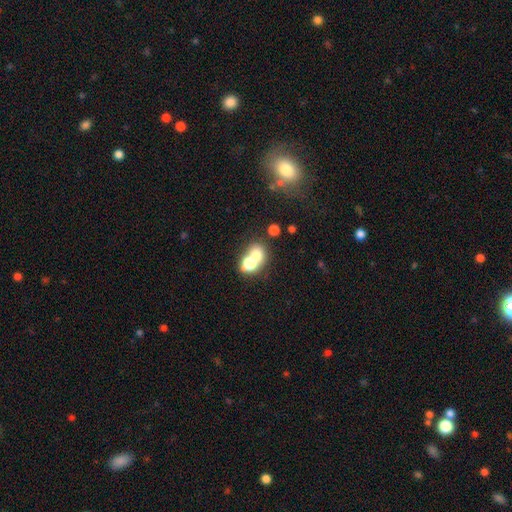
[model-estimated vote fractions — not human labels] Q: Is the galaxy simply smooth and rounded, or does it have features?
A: smooth — 68%.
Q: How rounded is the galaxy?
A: round — 59%.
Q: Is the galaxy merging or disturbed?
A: merger — 60%.